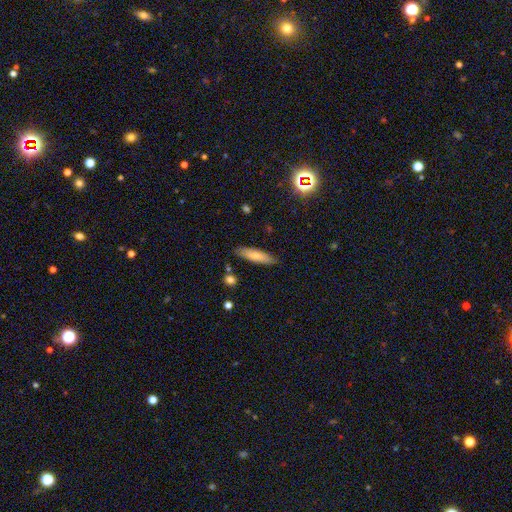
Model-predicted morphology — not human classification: Smooth or featured? smooth (75%)
How rounded? cigar-shaped (69%)
Merging? none (85%)